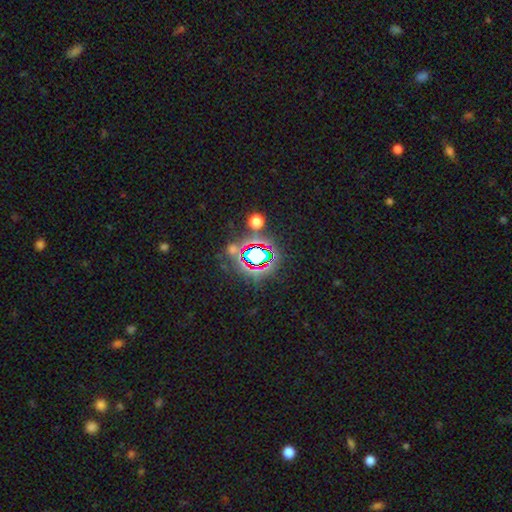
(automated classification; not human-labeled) Morphology: type=star or artifact (68%).